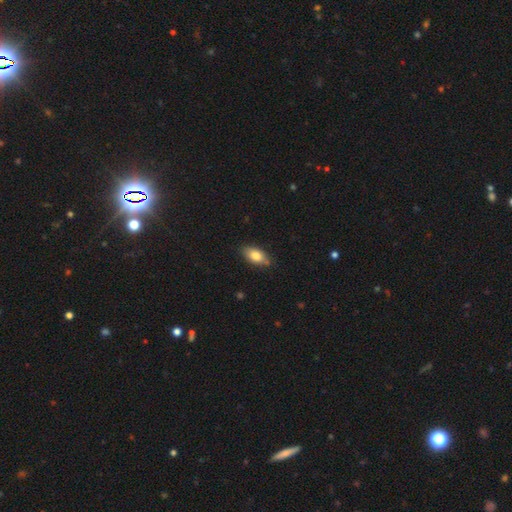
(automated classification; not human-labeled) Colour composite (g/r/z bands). It shows a smooth galaxy with no disk features (80%) that is in between round and cigar-shaped (90%). Merging: none (78%).